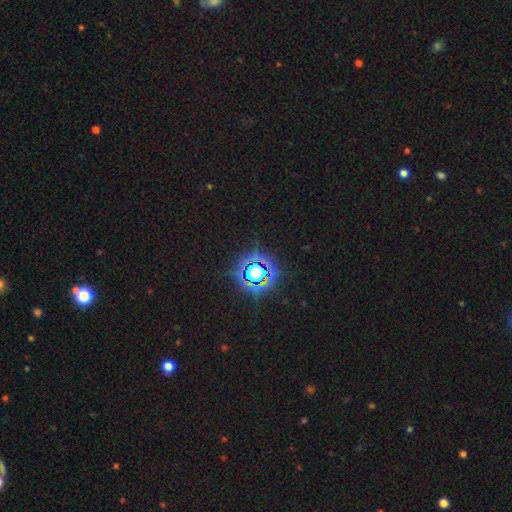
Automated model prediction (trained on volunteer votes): This is clearly a star or artifact rather than a galaxy (82%).